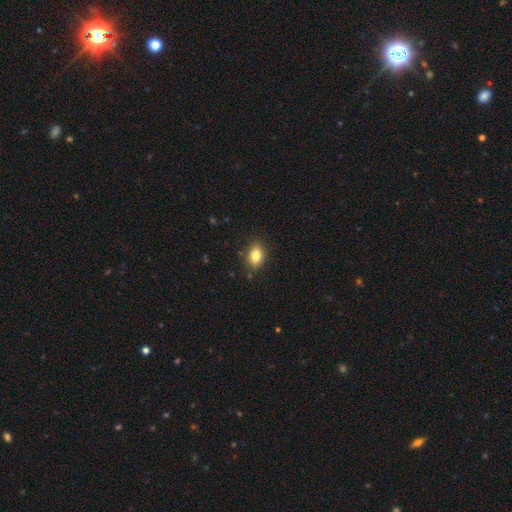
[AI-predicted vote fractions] Smooth or featured? smooth (83%)
How rounded? in between (83%)
Merging? none (85%)